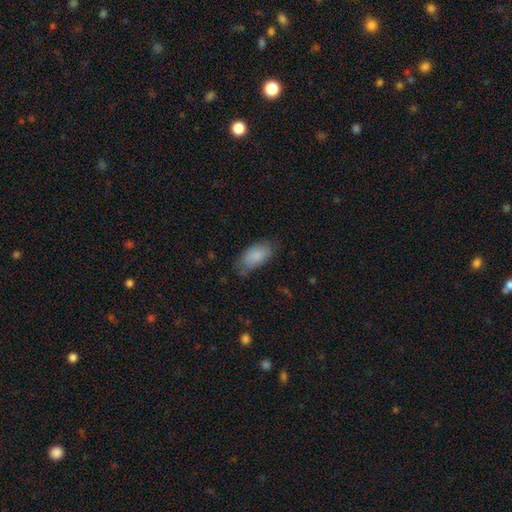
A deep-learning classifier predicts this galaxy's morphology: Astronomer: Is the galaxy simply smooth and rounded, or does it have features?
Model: smooth — 85%.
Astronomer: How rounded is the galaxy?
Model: in between — 93%.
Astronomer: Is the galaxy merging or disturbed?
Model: none — 64%.